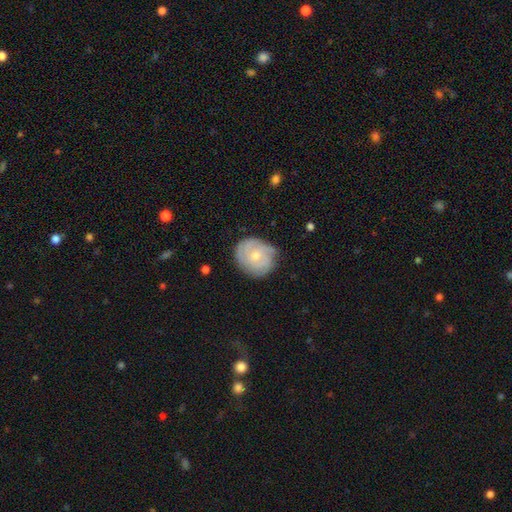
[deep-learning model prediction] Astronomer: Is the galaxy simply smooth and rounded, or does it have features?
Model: featured or disk — 68%.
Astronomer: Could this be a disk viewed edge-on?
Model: no — 97%.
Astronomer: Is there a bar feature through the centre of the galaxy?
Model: no — 75%.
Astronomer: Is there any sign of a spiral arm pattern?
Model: yes — 90%.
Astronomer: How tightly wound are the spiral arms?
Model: tight — 67%.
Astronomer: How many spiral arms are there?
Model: can't tell — 33% (runner-up: 3, 29%).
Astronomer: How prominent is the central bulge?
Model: small — 53% (runner-up: moderate, 43%).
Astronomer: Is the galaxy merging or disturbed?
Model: none — 69%.